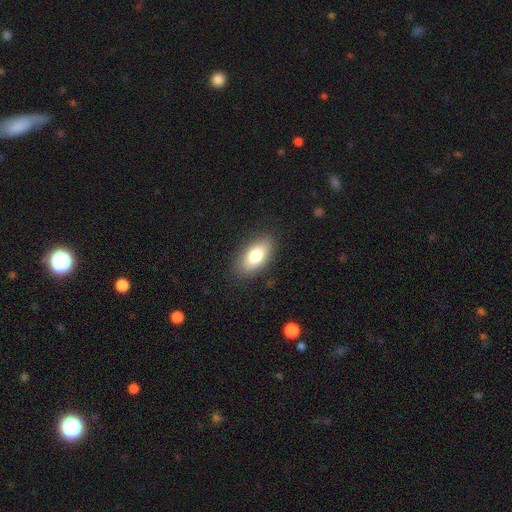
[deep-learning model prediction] smooth 80%, featured or disk 13%, star or artifact 7%. Down the decision tree: how rounded — in between (92%); merging — none (86%).